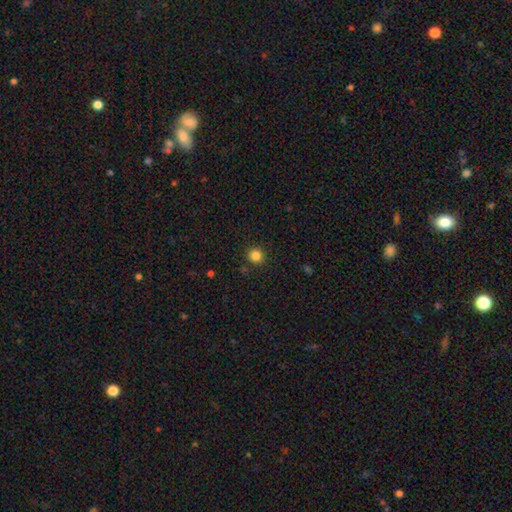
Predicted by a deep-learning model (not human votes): Smooth or featured? Predicted: smooth (p=0.84). How rounded? Predicted: round (p=0.93). Merging? Predicted: none (p=0.91).